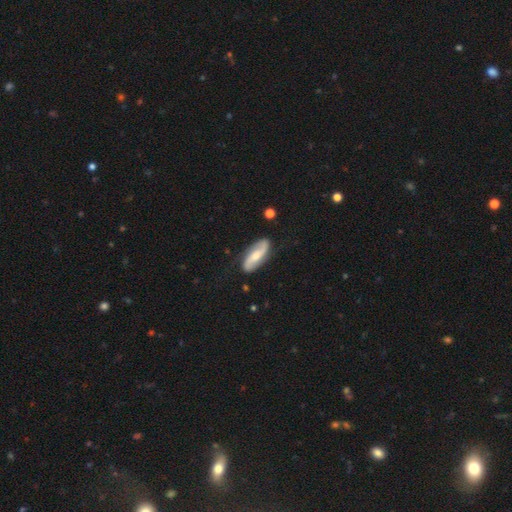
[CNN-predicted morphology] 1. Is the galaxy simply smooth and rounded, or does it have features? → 75% featured or disk, 20% smooth, 5% star or artifact.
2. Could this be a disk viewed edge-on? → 92% no, 8% yes.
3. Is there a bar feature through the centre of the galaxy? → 44% no, 34% weak, 22% strong.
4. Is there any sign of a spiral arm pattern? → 94% yes, 6% no.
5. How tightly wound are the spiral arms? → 59% loose, 29% medium, 12% tight.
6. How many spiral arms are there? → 93% 2, 3% can't tell, 1% 1, 1% 3, 1% 4, 1% more than 4.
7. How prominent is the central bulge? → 53% moderate, 37% small, 5% large, 4% none, 1% dominant.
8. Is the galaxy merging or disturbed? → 85% none, 11% minor disturbance, 3% major disturbance, 2% merger.